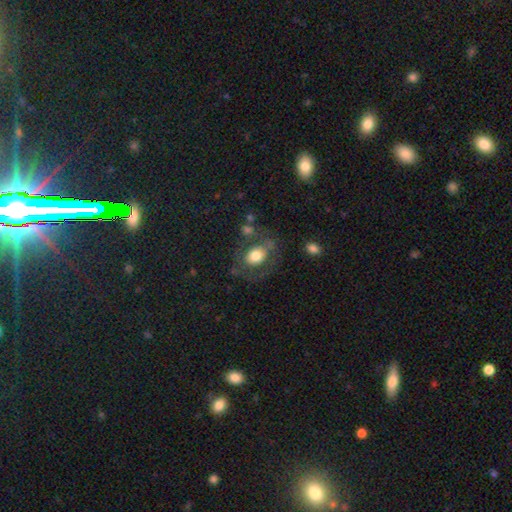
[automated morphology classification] Q: Smooth or featured?
A: smooth (64%); runner-up: featured or disk (28%)
Q: How rounded?
A: in between (61%); runner-up: round (38%)
Q: Merging?
A: none (61%); runner-up: minor disturbance (19%)